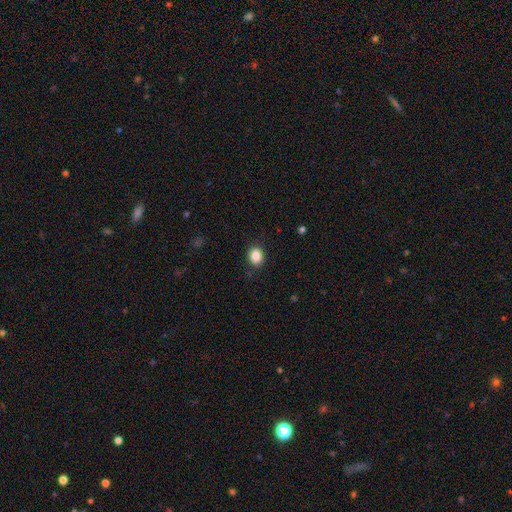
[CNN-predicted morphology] This is clearly a smooth galaxy (87%). How rounded: possibly round (53%). Merging: clearly none (86%).